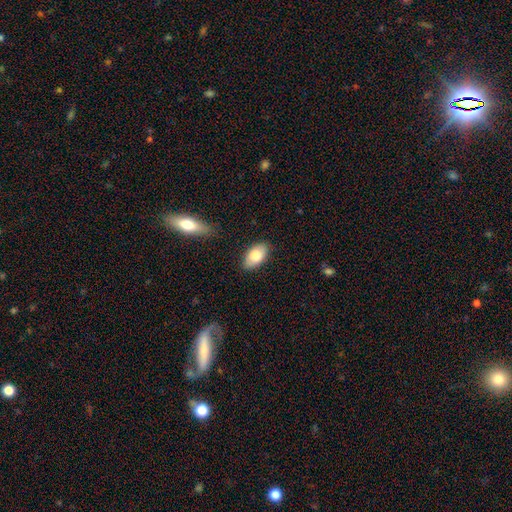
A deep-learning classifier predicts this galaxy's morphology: Smooth or featured? smooth (82%)
How rounded? in between (94%)
Merging? none (84%)